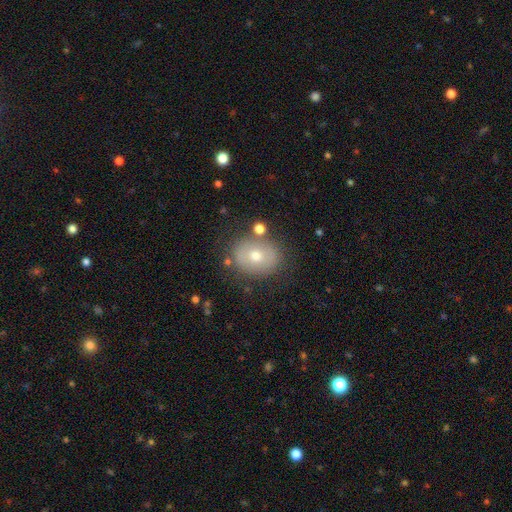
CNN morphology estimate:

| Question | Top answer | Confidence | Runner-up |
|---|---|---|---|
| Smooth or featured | smooth | 57% | featured or disk (33%) |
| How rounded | round | 54% | in between (46%) |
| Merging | none | 78% | minor disturbance (13%) |